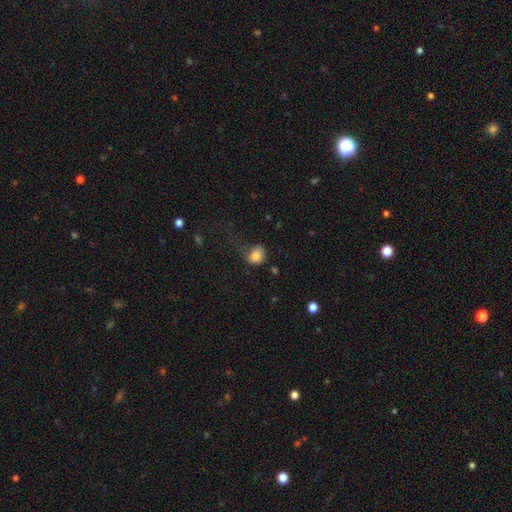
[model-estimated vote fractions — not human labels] Smooth or featured? Predicted: smooth (p=0.81). How rounded? Predicted: round (p=0.68). Merging? Predicted: none (p=0.38).